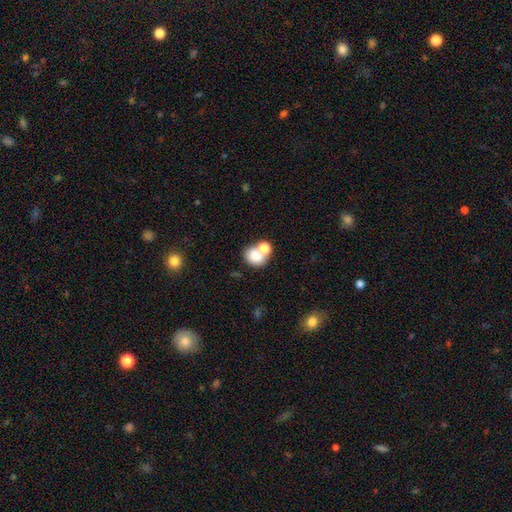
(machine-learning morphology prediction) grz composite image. It shows a smooth galaxy with no disk features (75%) that is round (56%). Merging: merger (49%).